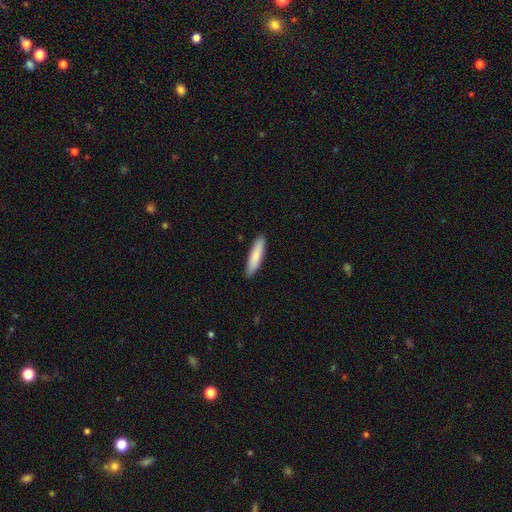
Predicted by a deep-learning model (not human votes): A smooth galaxy with no disk features (81%) that is cigar-shaped (78%). Merging: none (90%).